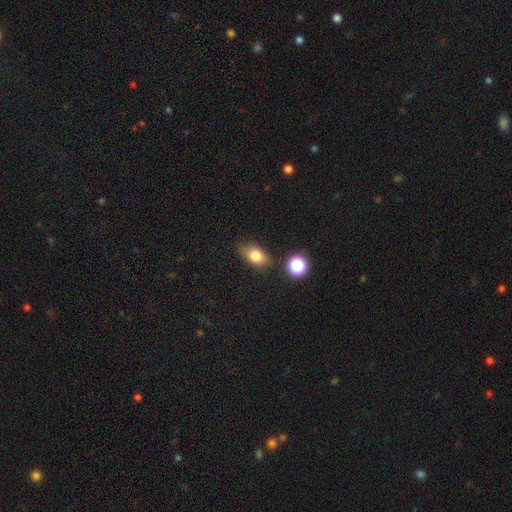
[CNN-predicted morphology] smooth 76%, featured or disk 13%, star or artifact 11%. Down the decision tree: how rounded — in between (75%); merging — none (73%).